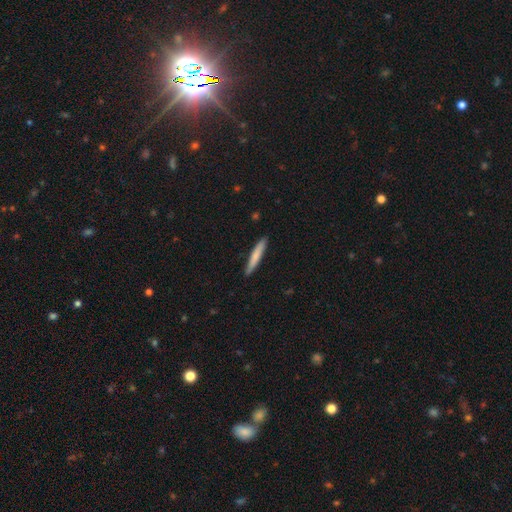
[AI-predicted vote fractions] A smooth galaxy with no disk features (73%) that is cigar-shaped (95%). Merging: none (89%).